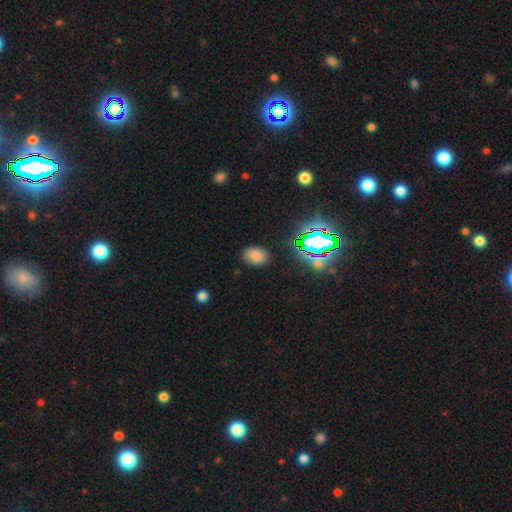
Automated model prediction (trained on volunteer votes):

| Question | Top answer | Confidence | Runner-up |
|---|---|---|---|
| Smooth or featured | smooth | 74% | star or artifact (18%) |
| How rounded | in between | 76% | round (23%) |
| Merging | none | 82% | minor disturbance (14%) |